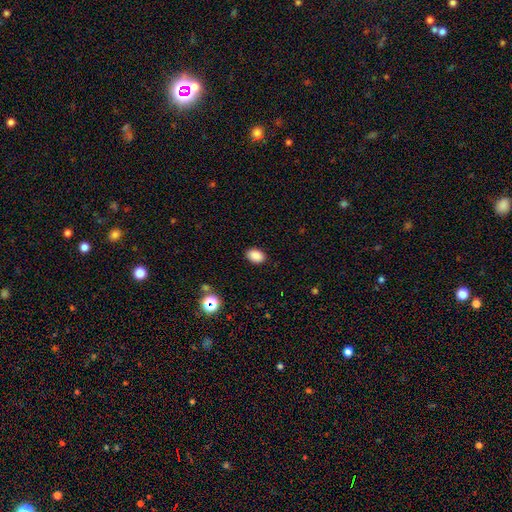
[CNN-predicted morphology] The model was most divided on "how rounded": in between: 82%, round: 17%, cigar-shaped: 1%. More confident: merging — none (88%); smooth or featured — smooth (87%).